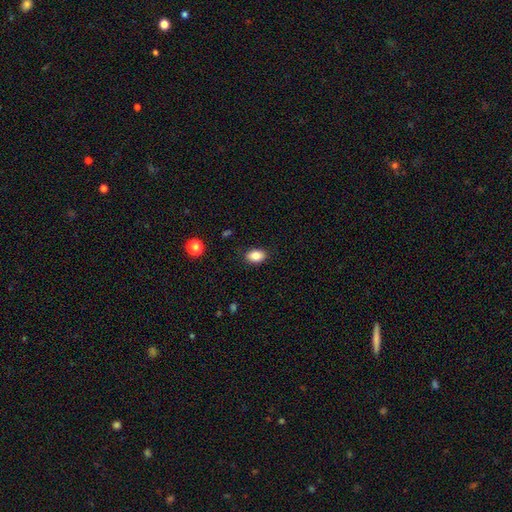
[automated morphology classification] Smooth or featured: smooth — 85% (star or artifact — 9%)
How rounded: in between — 83% (round — 16%)
Merging: none — 87% (minor disturbance — 10%)